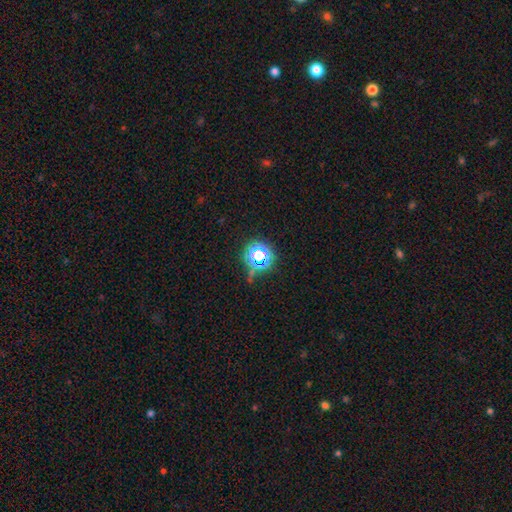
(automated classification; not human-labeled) Smooth or featured?
  - star or artifact: 65% *
  - smooth: 24%
  - featured or disk: 10%